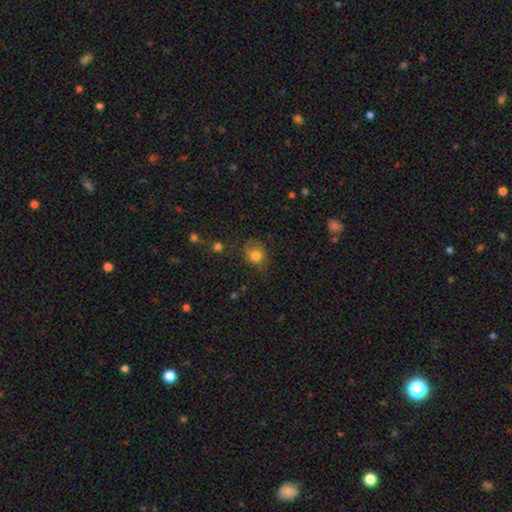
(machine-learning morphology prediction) smooth 80%, star or artifact 10%, featured or disk 9%. Down the decision tree: how rounded — round (79%); merging — none (59%).